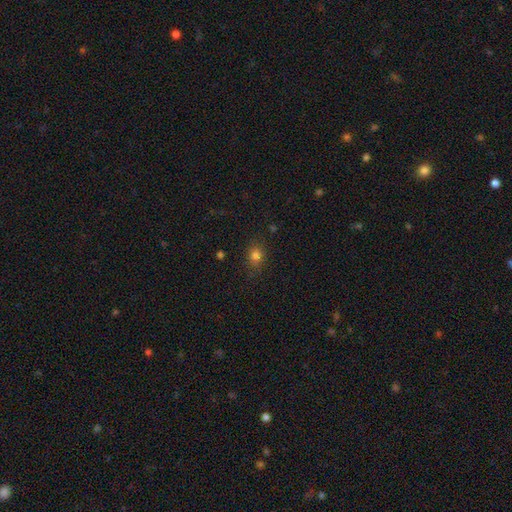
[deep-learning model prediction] The model was most divided on "how rounded": round: 56%, in between: 43%, cigar-shaped: 1%. More confident: merging — none (78%); smooth or featured — smooth (77%).